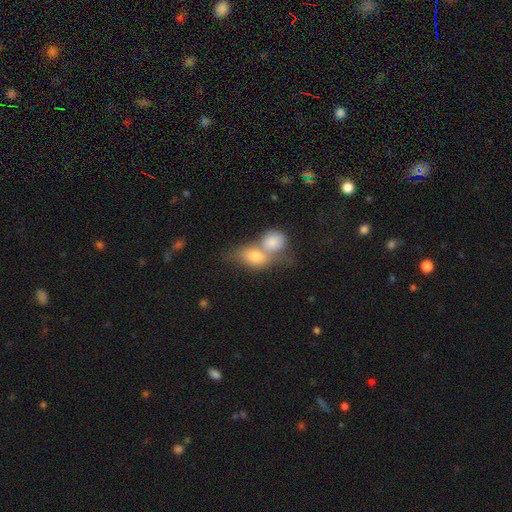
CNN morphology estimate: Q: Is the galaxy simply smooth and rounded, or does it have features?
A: smooth — 58%.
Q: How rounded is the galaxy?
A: in between — 55%.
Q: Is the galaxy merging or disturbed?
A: merger — 61%.